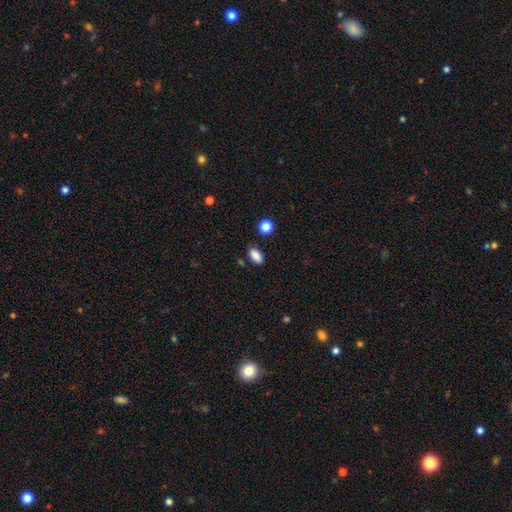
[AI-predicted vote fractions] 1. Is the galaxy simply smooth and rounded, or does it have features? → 87% smooth, 9% star or artifact, 4% featured or disk.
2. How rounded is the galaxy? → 87% in between, 7% cigar-shaped, 6% round.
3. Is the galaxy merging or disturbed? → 85% none, 10% minor disturbance, 3% merger, 2% major disturbance.